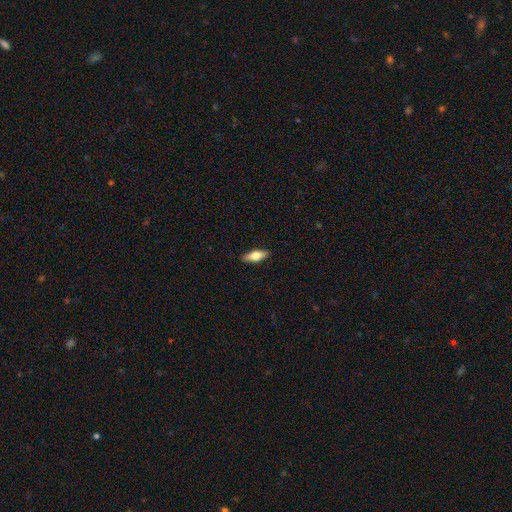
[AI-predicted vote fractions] Overall: smooth (67%). How rounded: in between (67%; cigar-shaped 30%). Merging: none (90%).